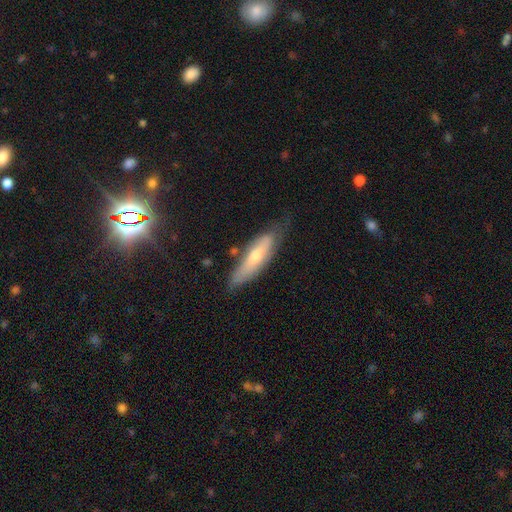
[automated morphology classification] Smooth or featured? smooth (50%)
Merging? none (60%)